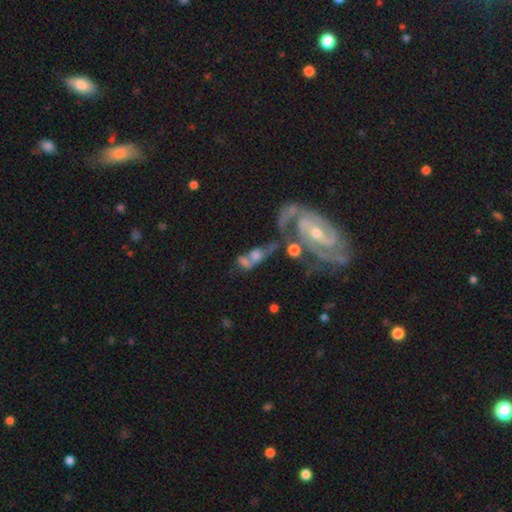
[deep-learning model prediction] smooth-or-featured: featured or disk: 58% | smooth: 31% | star or artifact: 10%
  disk-edge-on: no: 92% | yes: 8%
    bar: no: 67% | weak: 23% | strong: 9%
    has-spiral-arms: yes: 63% | no: 37%
    bulge-size: moderate: 42% | small: 34% | none: 11% | large: 10% | dominant: 3%
  merging: merger: 45% | major disturbance: 21% | none: 21% | minor disturbance: 14%